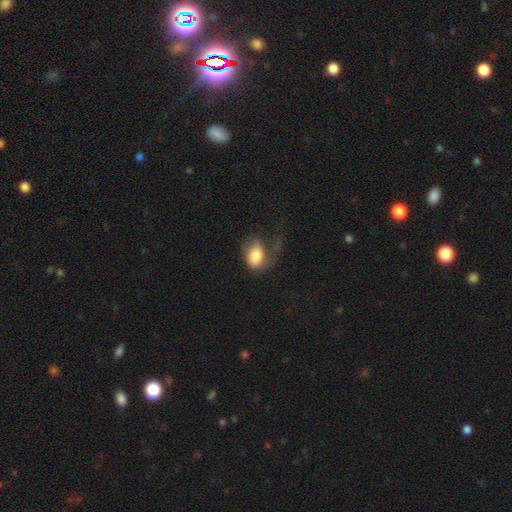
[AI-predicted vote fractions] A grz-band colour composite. It shows a smooth galaxy with no disk features (75%) that is in between round and cigar-shaped (80%). Merging: major disturbance (48%).